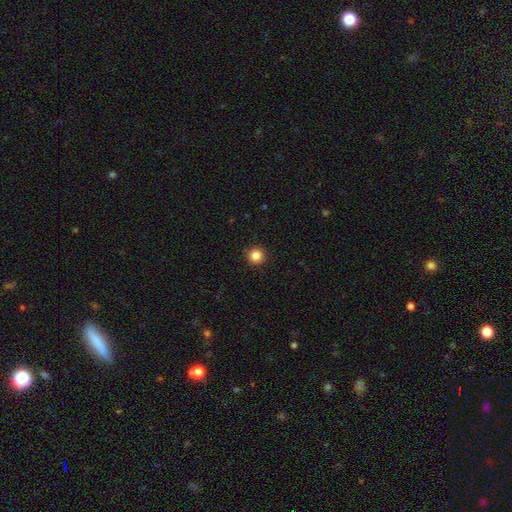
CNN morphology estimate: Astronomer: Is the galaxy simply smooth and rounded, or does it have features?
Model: smooth — 85%.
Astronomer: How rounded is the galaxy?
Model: round — 96%.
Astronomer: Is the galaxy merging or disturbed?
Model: none — 93%.